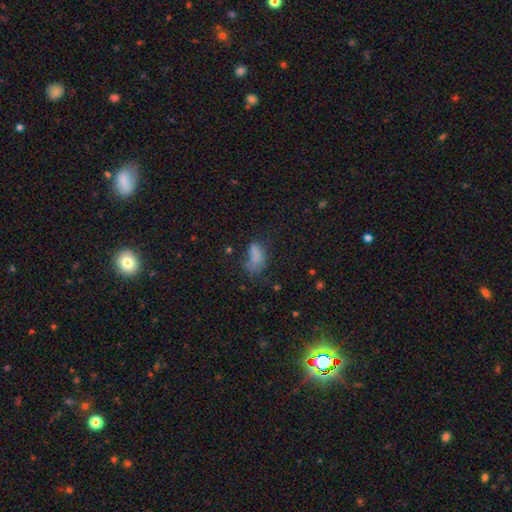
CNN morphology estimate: type=smooth (69%); roundness=in between (89%); merging=major disturbance (35%).